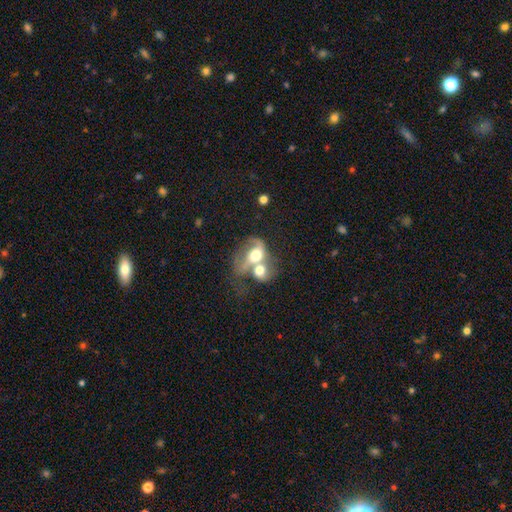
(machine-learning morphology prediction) A featured or disk galaxy (46%, tied with smooth).

Vote fractions:
- Smooth or featured? featured or disk: 46% (tied) / smooth: 46% (tied) / star or artifact: 8%
- Merging? merger: 78% / major disturbance: 10% / none: 7% / minor disturbance: 4%